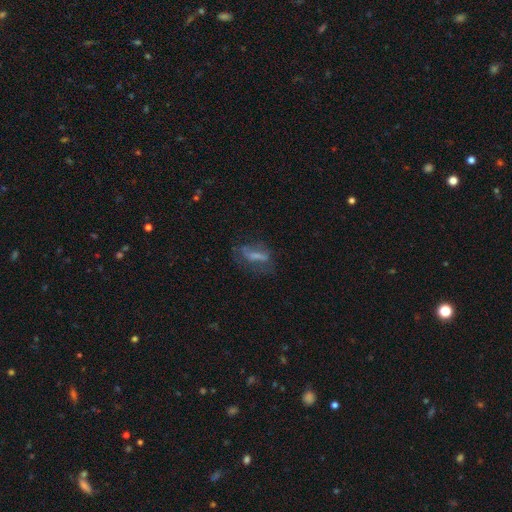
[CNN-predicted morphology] Smooth or featured? Predicted: smooth (p=0.46). Merging? Predicted: none (p=0.50).